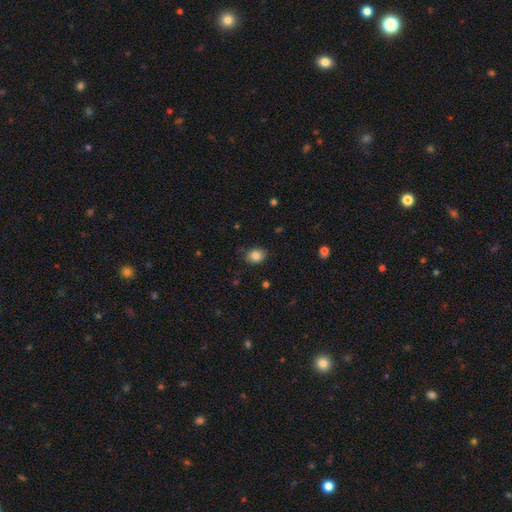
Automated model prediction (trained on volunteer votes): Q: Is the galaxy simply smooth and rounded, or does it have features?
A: smooth — 85%.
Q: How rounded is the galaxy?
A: in between — 56%.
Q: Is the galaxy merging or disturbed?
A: none — 80%.